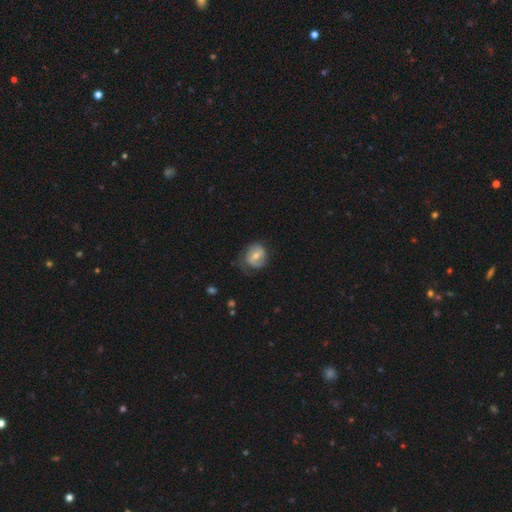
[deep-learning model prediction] smooth-or-featured: featured or disk: 53% | smooth: 40% | star or artifact: 7%
  disk-edge-on: no: 97% | yes: 3%
    bar: weak: 46% | no: 34% | strong: 20%
    has-spiral-arms: yes: 69% | no: 31%
    bulge-size: moderate: 61% | small: 34% | large: 3% | none: 2% | dominant: 1%
  merging: none: 56% | minor disturbance: 28% | major disturbance: 15% | merger: 2%